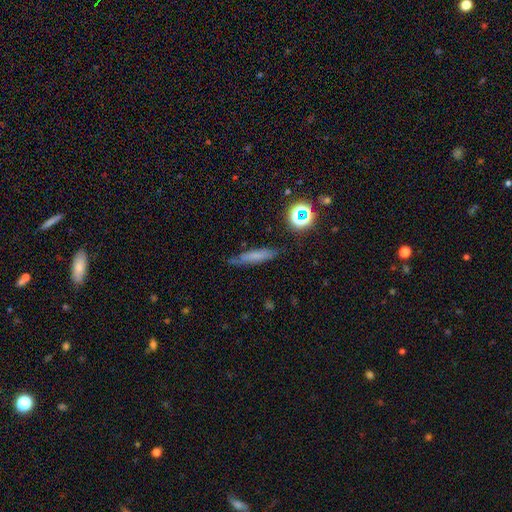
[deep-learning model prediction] Q: Smooth or featured?
A: smooth (62%); runner-up: featured or disk (22%)
Q: How rounded?
A: cigar-shaped (81%); runner-up: in between (14%)
Q: Merging?
A: none (73%); runner-up: minor disturbance (20%)